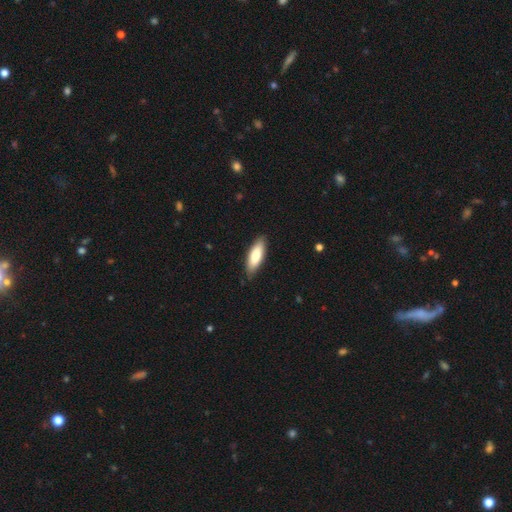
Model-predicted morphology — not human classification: smooth 78%, featured or disk 16%, star or artifact 5%. Down the decision tree: how rounded — in between (58%); merging — none (87%).